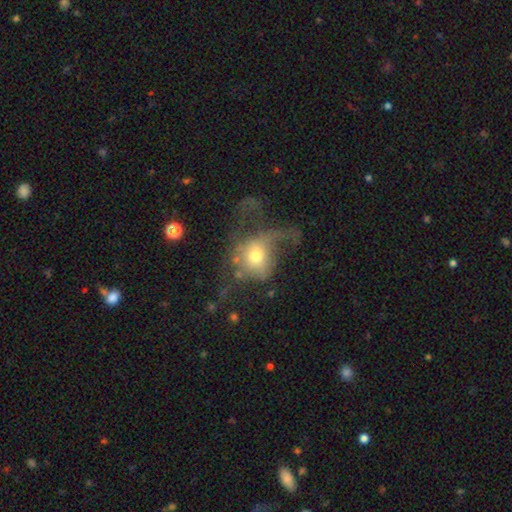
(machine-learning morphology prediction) Smooth or featured? smooth (48%)
Merging? major disturbance (62%)